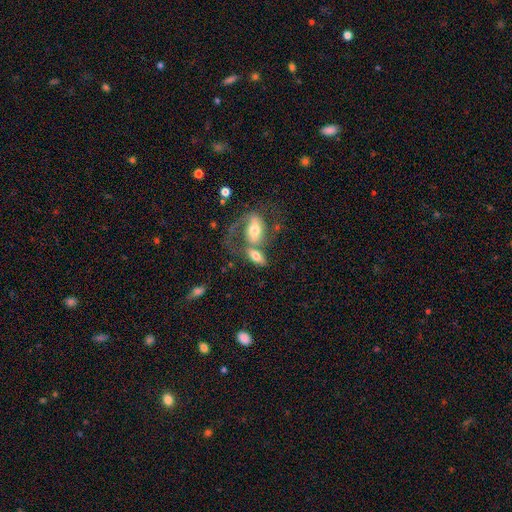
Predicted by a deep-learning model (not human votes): This appears to be a smooth galaxy with no disk features (57%) that is in between round and cigar-shaped (83%). Merging: merger (52%).